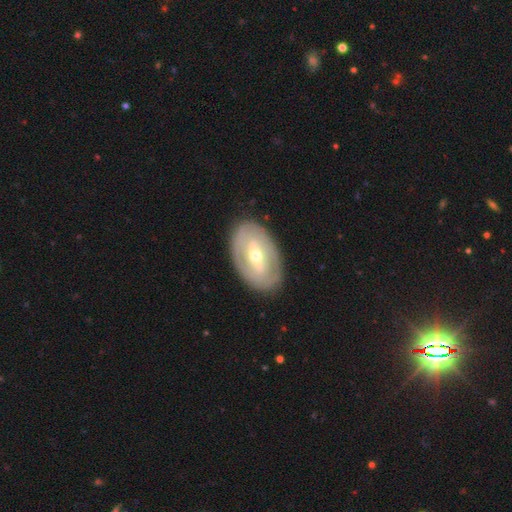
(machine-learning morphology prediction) Overall: featured or disk (70%). Edge-on disk: no (92%). Bar: strong (43%; weak 37%). Spiral arms: no (53%; yes 47%). Bulge size: moderate (53%; small 43%). Merging: none (84%).